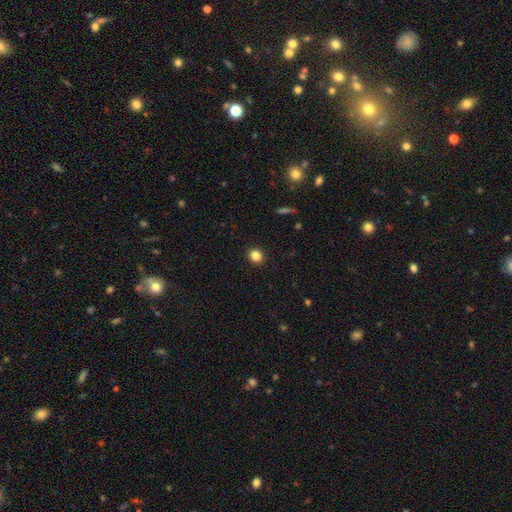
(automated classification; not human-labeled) Morphology: type=smooth (84%); roundness=round (79%); merging=none (92%).